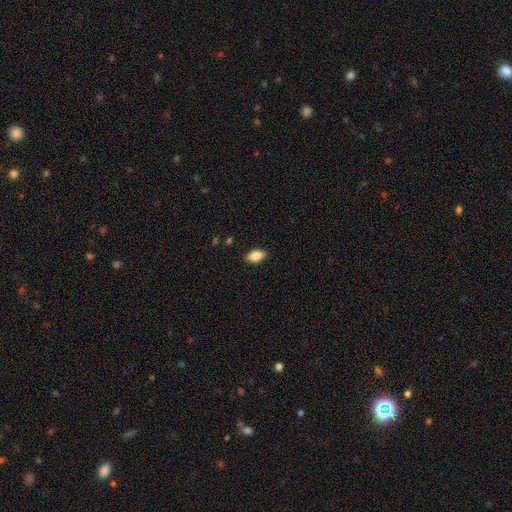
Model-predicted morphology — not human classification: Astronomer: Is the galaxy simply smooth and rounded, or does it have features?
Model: smooth — 84%.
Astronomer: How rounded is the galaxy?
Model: in between — 91%.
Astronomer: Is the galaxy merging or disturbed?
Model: none — 88%.